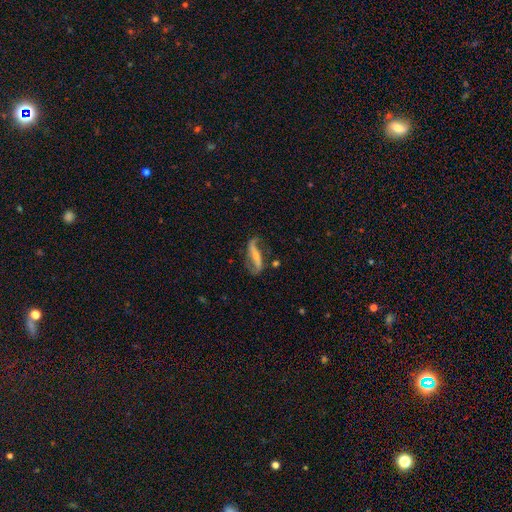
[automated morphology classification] Smooth or featured: featured or disk — 78% (smooth — 16%)
Edge-on disk: no — 84% (yes — 16%)
Bar: strong — 60% (weak — 21%)
Spiral arms: yes — 88% (no — 12%)
Spiral winding: loose — 65% (medium — 25%)
Spiral arm count: 2 — 85% (1 — 8%)
Bulge size: small — 56% (moderate — 33%)
Merging: none — 61% (minor disturbance — 21%)